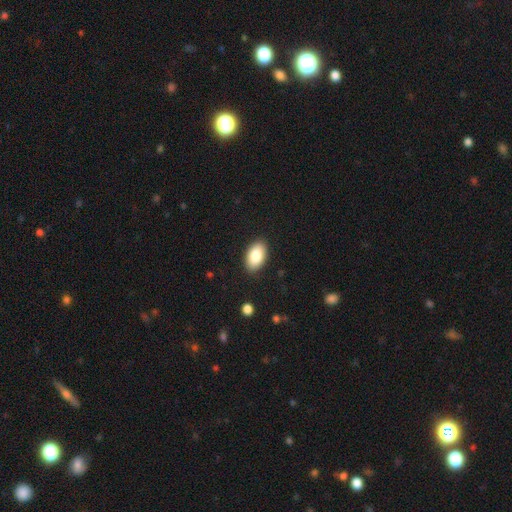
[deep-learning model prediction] smooth_or_featured: smooth (p=0.86) [alt: featured or disk p=0.08]
how_rounded: in between (p=0.94) [alt: round p=0.05]
merging: none (p=0.89) [alt: minor disturbance p=0.08]